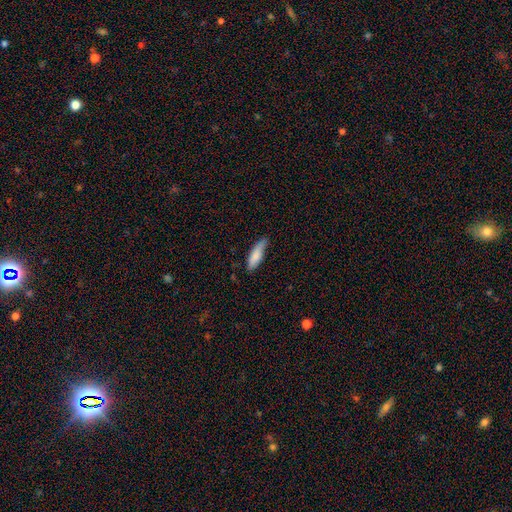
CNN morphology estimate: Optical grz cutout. It shows a smooth galaxy with no disk features (82%) that is cigar-shaped (55%). Merging: none (68%).